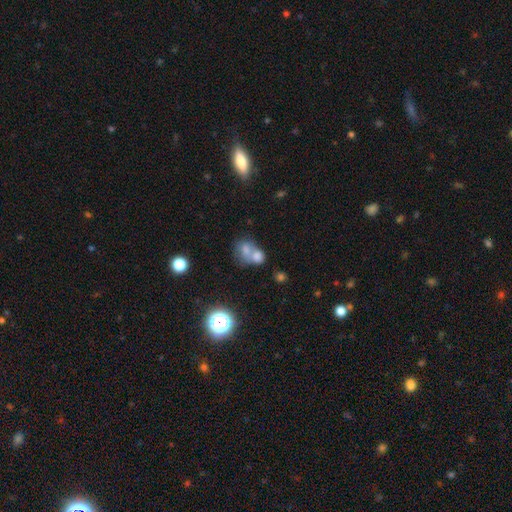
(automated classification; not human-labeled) Smooth or featured: smooth — 68% (featured or disk — 17%)
How rounded: in between — 54% (round — 44%)
Merging: merger — 67% (none — 22%)